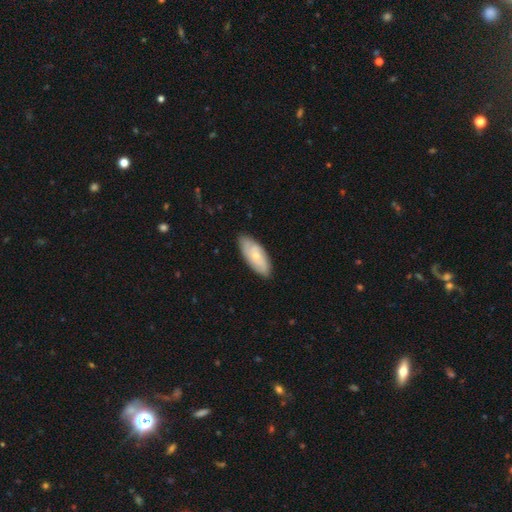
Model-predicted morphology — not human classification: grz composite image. It shows a smooth galaxy with no disk features (49%). Merging: none (81%).